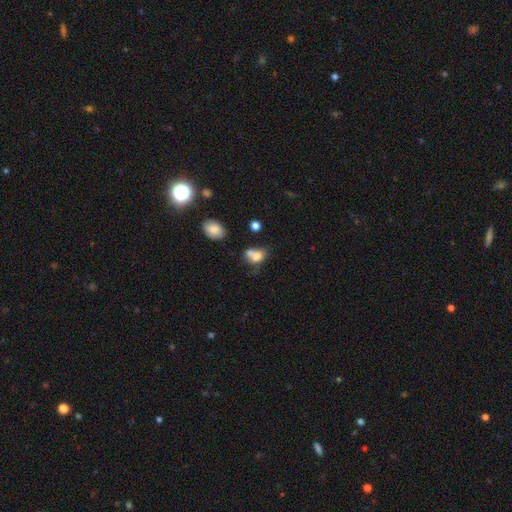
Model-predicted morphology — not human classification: smooth-or-featured: smooth: 74% | featured or disk: 15% | star or artifact: 12%
  how-rounded: in between: 58% | round: 41% | cigar-shaped: 2%
  merging: merger: 44% | none: 31% | minor disturbance: 16% | major disturbance: 9%